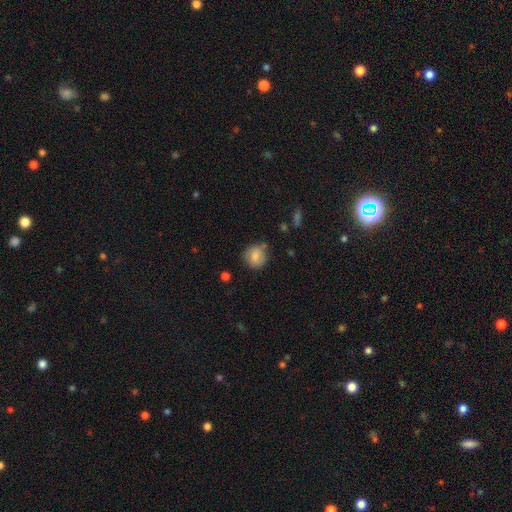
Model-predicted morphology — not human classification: Smooth or featured?
  - smooth: 77% *
  - featured or disk: 14%
  - star or artifact: 9%
How rounded?
  - round: 86% *
  - in between: 13%
  - cigar-shaped: 1%
Merging?
  - none: 73% *
  - minor disturbance: 18%
  - major disturbance: 4%
  - merger: 4%